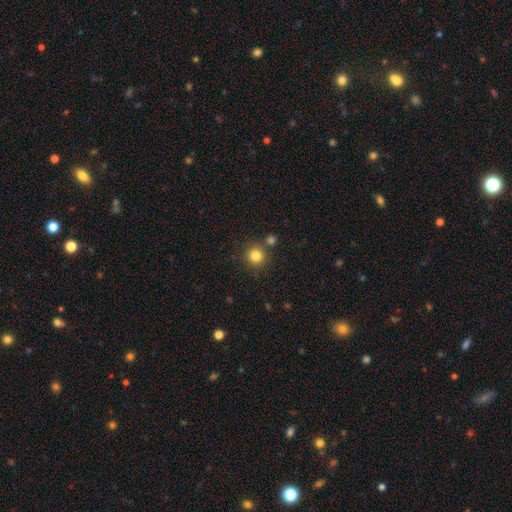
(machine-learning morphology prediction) Smooth or featured? smooth (83%)
How rounded? round (94%)
Merging? none (79%)